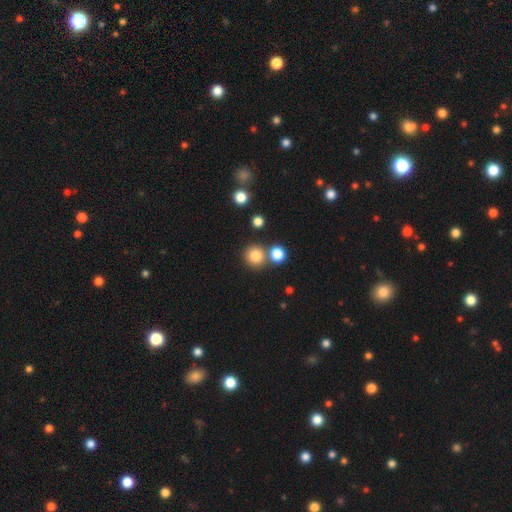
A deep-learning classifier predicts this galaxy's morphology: smooth 81%, star or artifact 13%, featured or disk 6%. Down the decision tree: how rounded — round (92%); merging — none (73%).